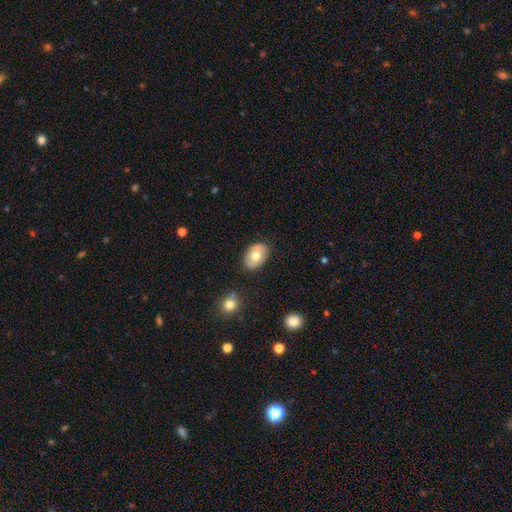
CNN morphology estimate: Overall: smooth (66%; featured or disk 27%). How rounded: in between (81%). Merging: none (83%).